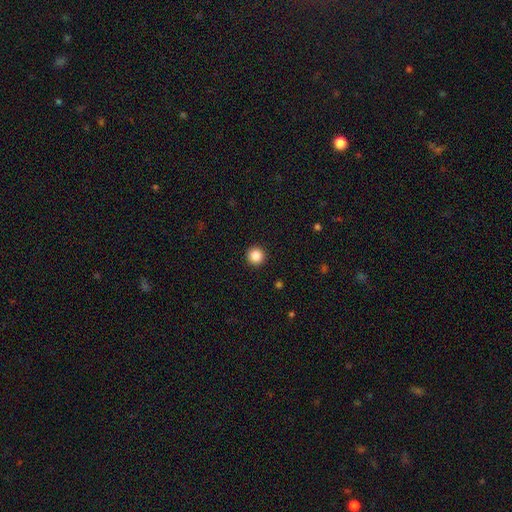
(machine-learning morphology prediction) This appears to be a smooth galaxy with no disk features (87%) that is round (96%). Merging: none (93%).